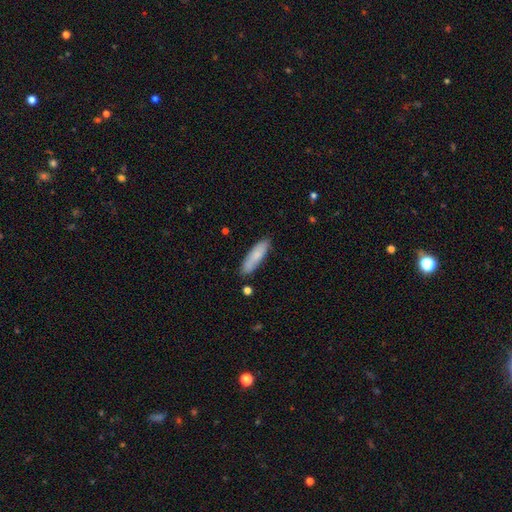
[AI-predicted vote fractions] Smooth or featured? smooth (78%)
How rounded? cigar-shaped (63%)
Merging? none (82%)